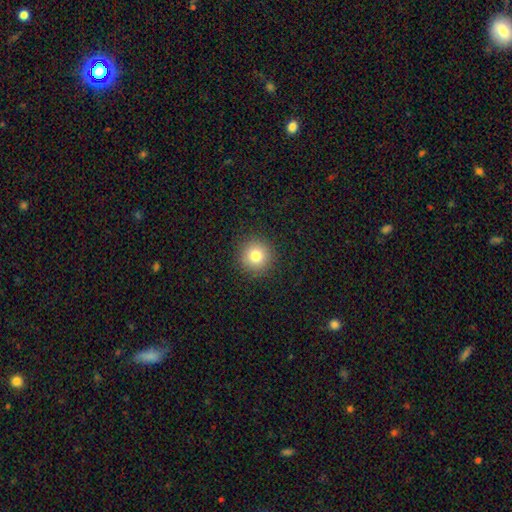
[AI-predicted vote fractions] smooth_or_featured: smooth (p=0.79) [alt: star or artifact p=0.12]
how_rounded: round (p=0.95) [alt: in between p=0.04]
merging: none (p=0.91) [alt: minor disturbance p=0.05]